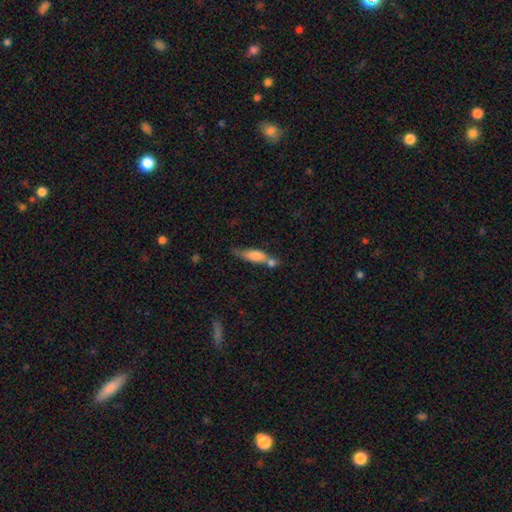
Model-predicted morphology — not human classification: smooth_or_featured: smooth (p=0.71) [alt: featured or disk p=0.21]
how_rounded: in between (p=0.49) [alt: cigar-shaped p=0.47]
merging: merger (p=0.41) [alt: none p=0.30]